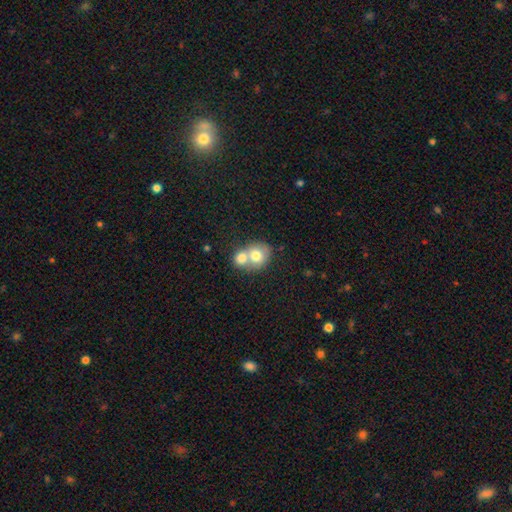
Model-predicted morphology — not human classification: Smooth or featured: smooth — 72% (featured or disk — 20%)
How rounded: round — 65% (in between — 34%)
Merging: merger — 68% (none — 23%)